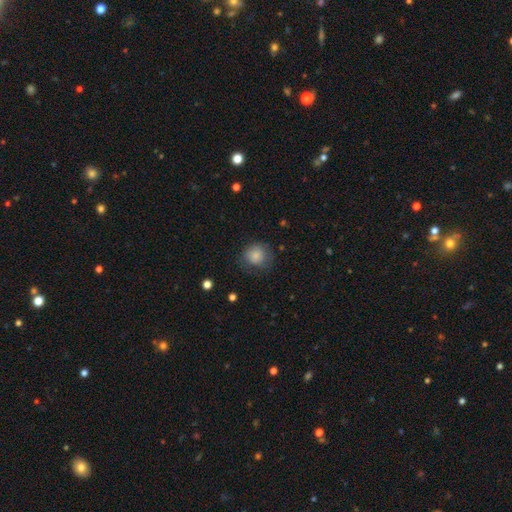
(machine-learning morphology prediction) Smooth or featured: smooth — 82% (featured or disk — 9%)
How rounded: round — 86% (in between — 14%)
Merging: none — 65% (minor disturbance — 23%)